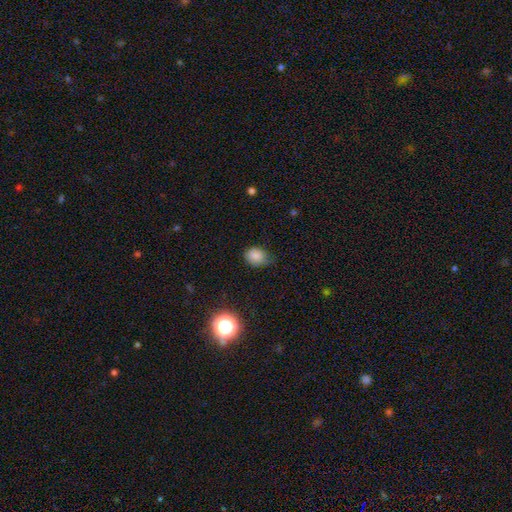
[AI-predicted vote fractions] A smooth galaxy with no disk features (83%) that is in between round and cigar-shaped (53%). Merging: none (59%).